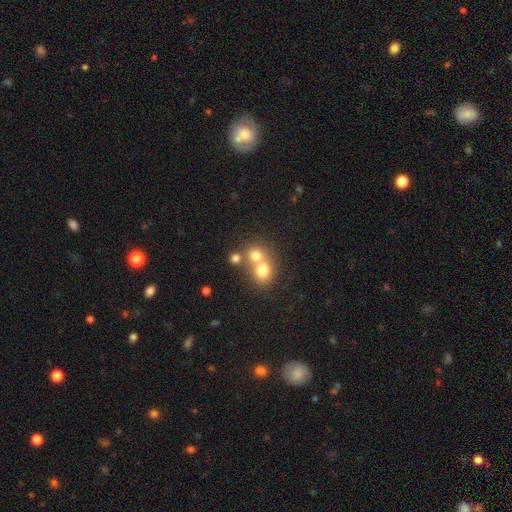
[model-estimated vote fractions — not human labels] A smooth galaxy with no disk features (71%) that is round (75%). Merging: merger (59%).